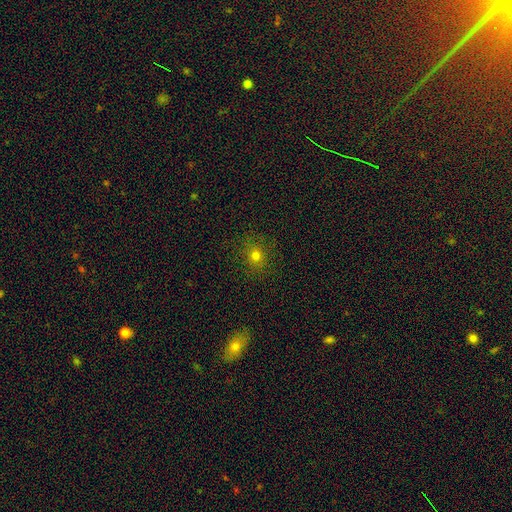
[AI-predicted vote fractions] Smooth or featured? smooth (75%)
How rounded? round (82%)
Merging? none (88%)